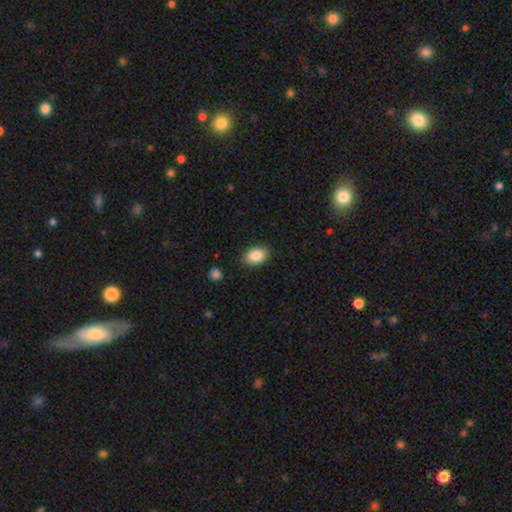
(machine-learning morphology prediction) This appears to be a smooth galaxy with no disk features (87%) that is in between round and cigar-shaped (88%). Merging: none (87%).